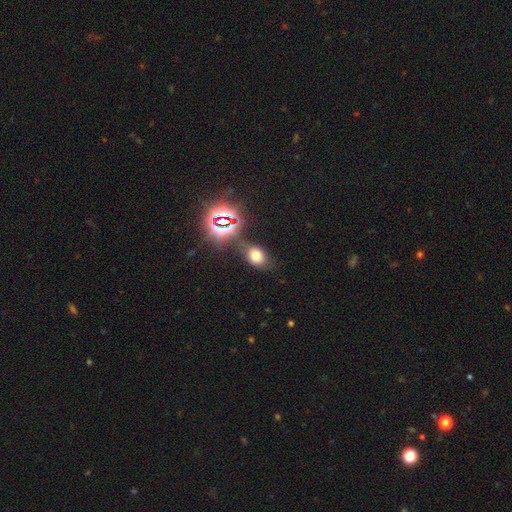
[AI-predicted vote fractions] Overall: smooth (62%; star or artifact 27%). How rounded: in between (70%). Merging: none (65%).